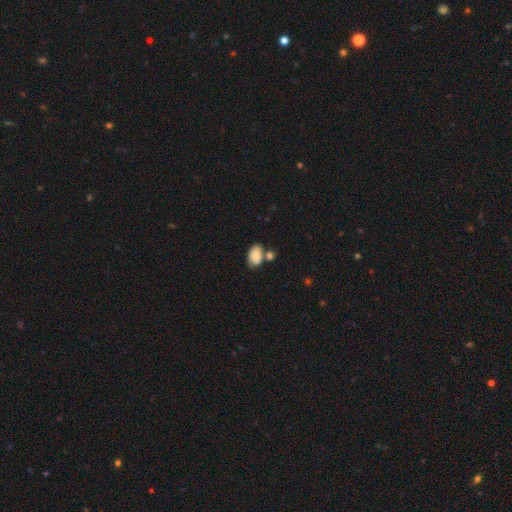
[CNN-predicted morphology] Q: Smooth or featured?
A: smooth (83%); runner-up: featured or disk (9%)
Q: How rounded?
A: in between (89%); runner-up: round (10%)
Q: Merging?
A: none (50%); runner-up: merger (28%)